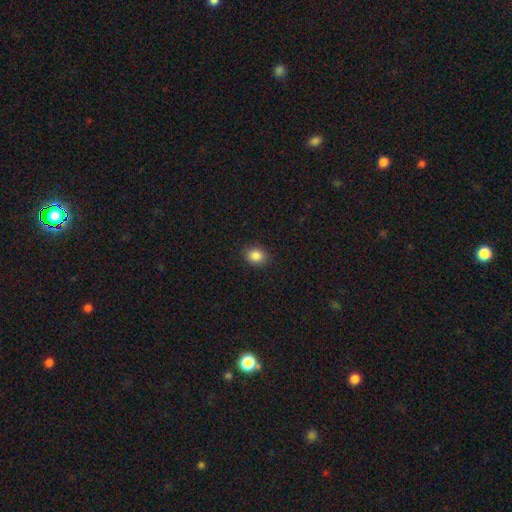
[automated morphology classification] The model was most divided on "how rounded": round: 65%, in between: 34%, cigar-shaped: 1%. More confident: merging — none (89%); smooth or featured — smooth (86%).